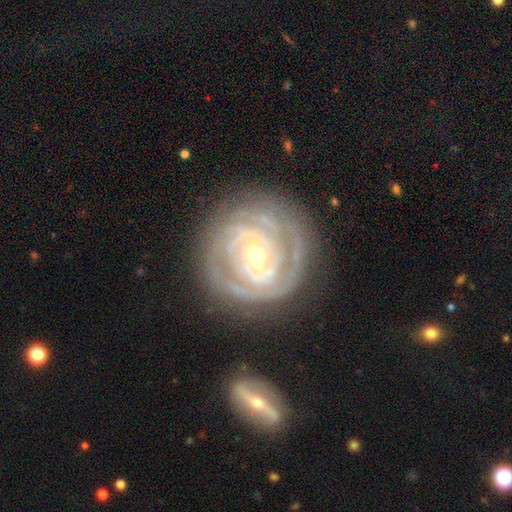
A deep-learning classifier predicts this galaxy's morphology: Overall: featured or disk (90%). Edge-on disk: no (97%). Bar: weak (38%; strong 35%). Spiral arms: yes (96%). Spiral arm count: 2 (28%; can't tell 25%). Spiral winding: tight (84%). Bulge size: moderate (56%; small 39%). Merging: none (77%).